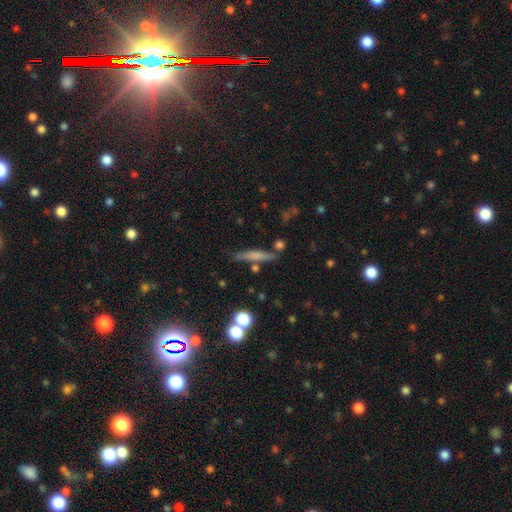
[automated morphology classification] This appears to be a smooth galaxy with no disk features (58%) that is cigar-shaped (89%). Merging: none (78%).